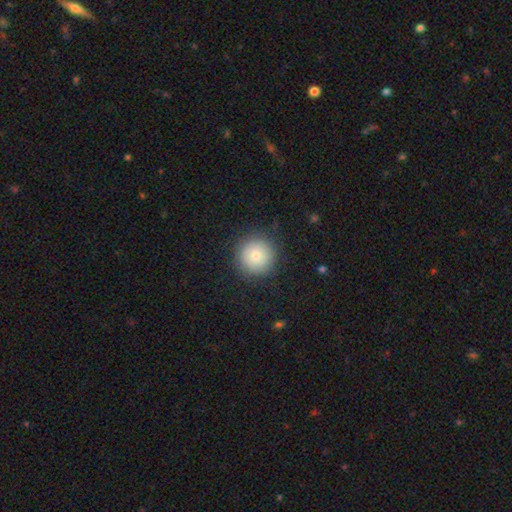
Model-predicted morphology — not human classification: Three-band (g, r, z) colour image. It shows a smooth galaxy with no disk features (79%) that is round (96%). Merging: none (87%).